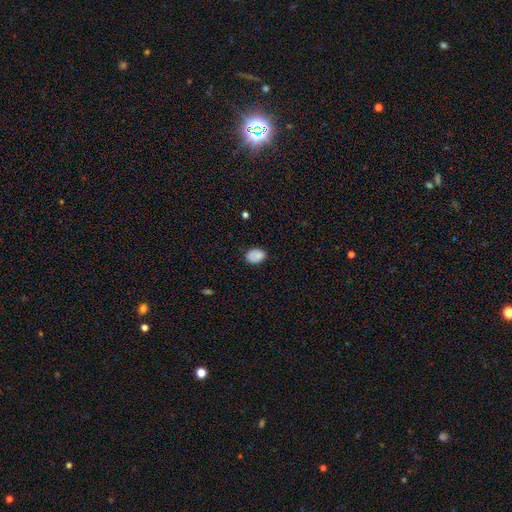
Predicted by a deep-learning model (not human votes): This is clearly a smooth galaxy (82%). How rounded: likely in between (74%). Merging: likely none (74%).